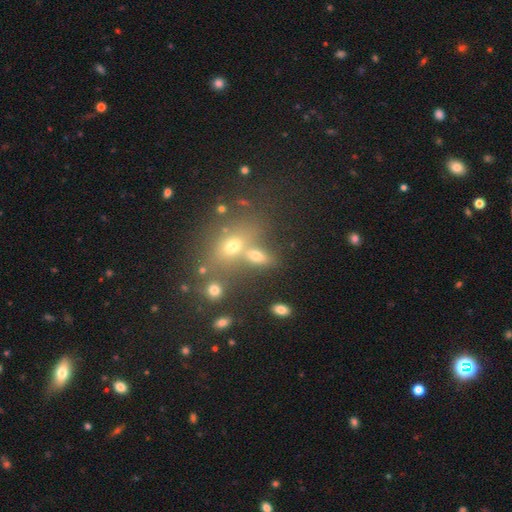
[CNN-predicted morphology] smooth-or-featured: smooth: 65% | star or artifact: 18% | featured or disk: 17%
  how-rounded: in between: 71% | round: 20% | cigar-shaped: 8%
  merging: none: 46% | merger: 36% | minor disturbance: 11% | major disturbance: 7%